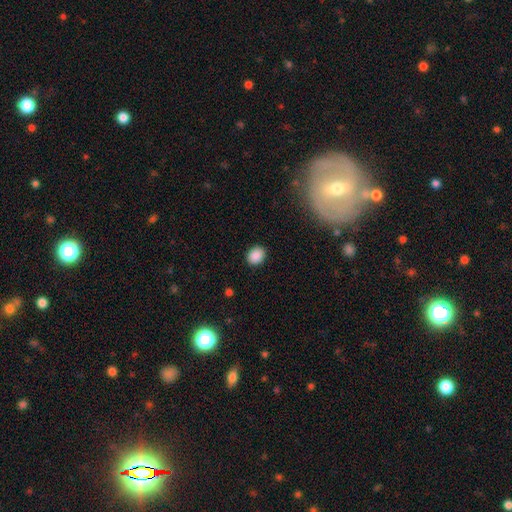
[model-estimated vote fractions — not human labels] The model was most divided on "how rounded": round: 53%, in between: 46%, cigar-shaped: 1%. More confident: merging — none (89%); smooth or featured — smooth (88%).